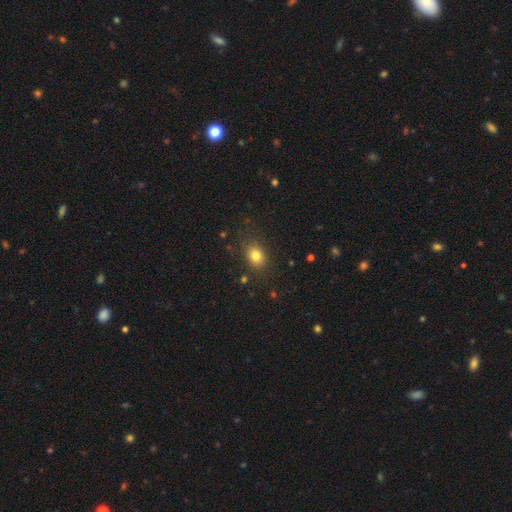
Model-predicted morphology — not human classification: Q: Smooth or featured?
A: smooth (80%); runner-up: star or artifact (12%)
Q: How rounded?
A: in between (61%); runner-up: round (38%)
Q: Merging?
A: none (83%); runner-up: minor disturbance (12%)